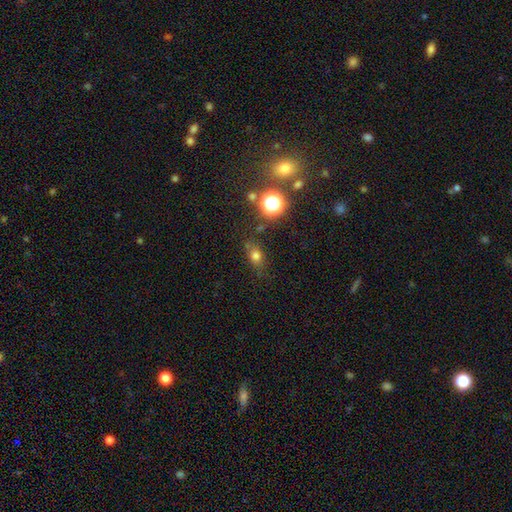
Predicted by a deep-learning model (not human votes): Overall: smooth (71%). How rounded: in between (57%; round 39%). Merging: none (72%).